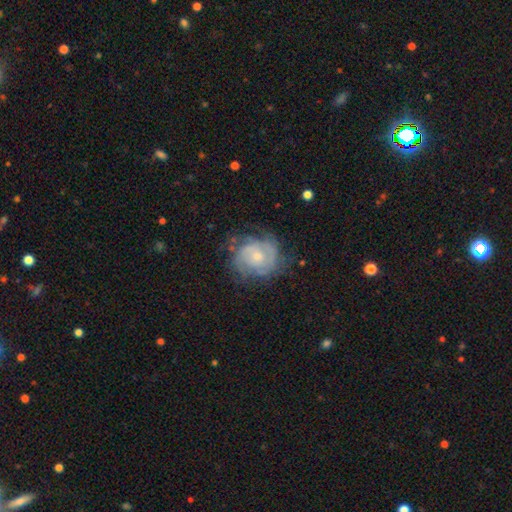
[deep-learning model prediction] A featured or disk galaxy (74%) with no bar (74%), tight (56%) spiral arms (86%) and a small central bulge (57%). Merging: none (63%).